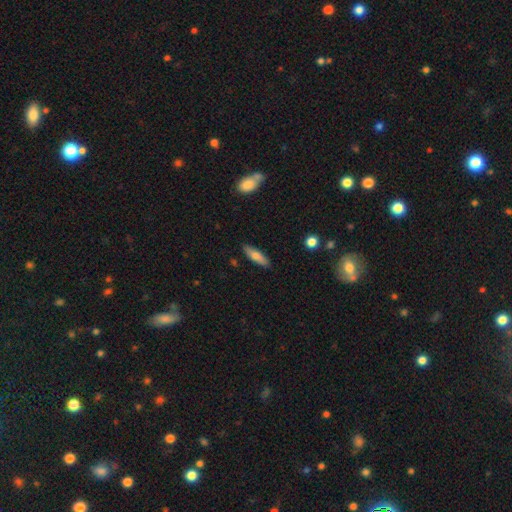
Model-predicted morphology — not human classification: smooth-or-featured: smooth: 67% | featured or disk: 26% | star or artifact: 6%
  how-rounded: cigar-shaped: 62% | in between: 36% | round: 2%
  merging: none: 87% | minor disturbance: 10% | major disturbance: 2% | merger: 1%